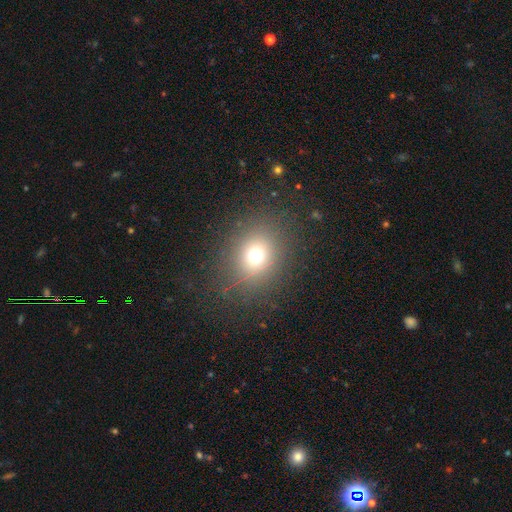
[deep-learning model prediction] Smooth or featured? smooth (69%)
How rounded? round (76%)
Merging? none (85%)